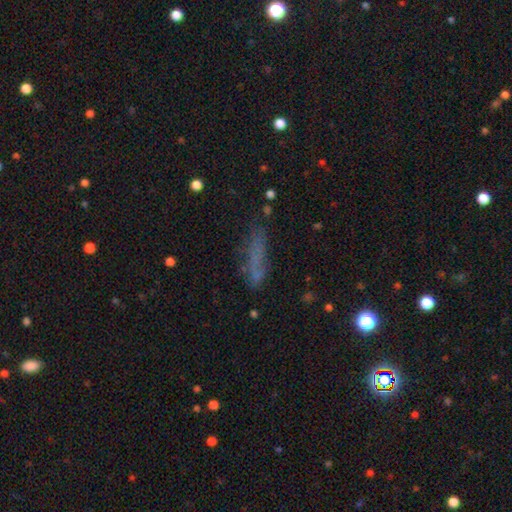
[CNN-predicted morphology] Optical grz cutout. It shows a smooth galaxy with no disk features (57%) that is cigar-shaped (75%). Merging: none (62%).